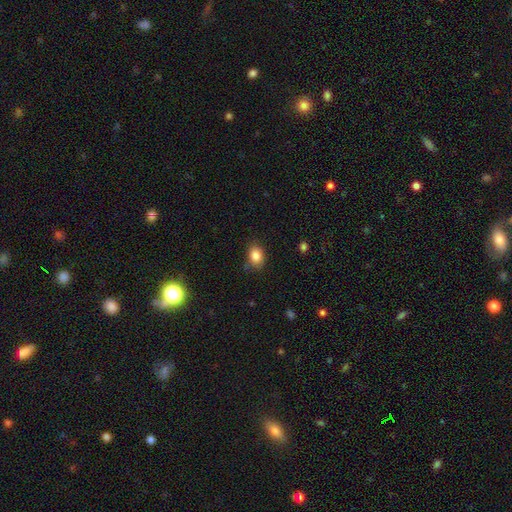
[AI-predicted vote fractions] smooth-or-featured: smooth: 85% | star or artifact: 9% | featured or disk: 6%
  how-rounded: in between: 66% | round: 33% | cigar-shaped: 1%
  merging: none: 75% | minor disturbance: 19% | major disturbance: 4% | merger: 2%